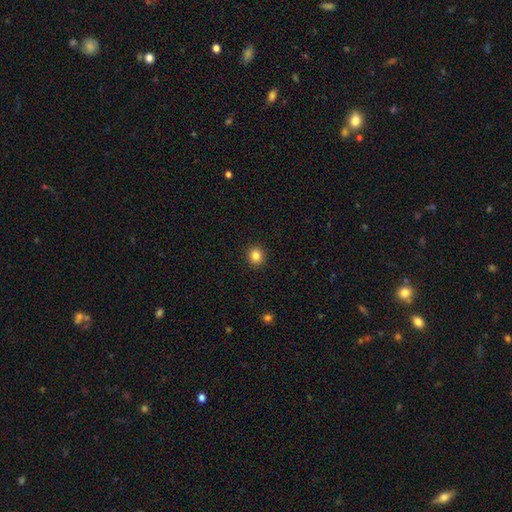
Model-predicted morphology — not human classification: Smooth or featured?
  - smooth: 84% *
  - star or artifact: 11%
  - featured or disk: 5%
How rounded?
  - round: 86% *
  - in between: 13%
  - cigar-shaped: 1%
Merging?
  - none: 92% *
  - minor disturbance: 5%
  - major disturbance: 2%
  - merger: 1%